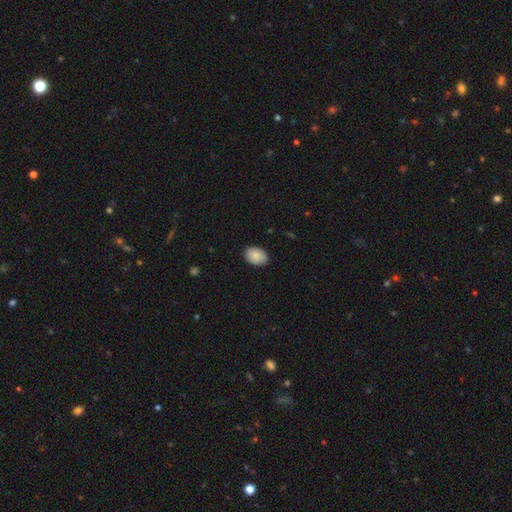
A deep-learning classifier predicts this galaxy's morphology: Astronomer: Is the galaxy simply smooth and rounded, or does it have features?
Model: smooth — 86%.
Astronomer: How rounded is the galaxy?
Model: in between — 79%.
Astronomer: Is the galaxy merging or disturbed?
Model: none — 84%.